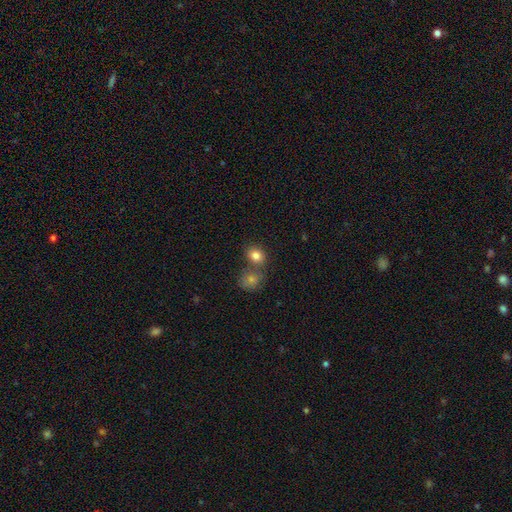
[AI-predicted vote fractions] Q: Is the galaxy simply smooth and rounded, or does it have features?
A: smooth — 81%.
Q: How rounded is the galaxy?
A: round — 61%.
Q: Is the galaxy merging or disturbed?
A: none — 52%.